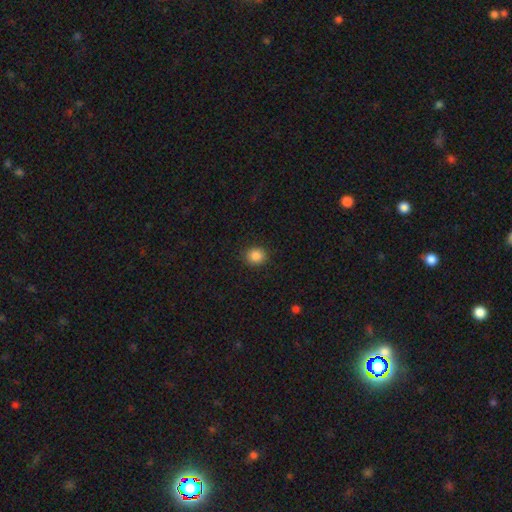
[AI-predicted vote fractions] Smooth or featured?
  - smooth: 87% *
  - star or artifact: 10%
  - featured or disk: 3%
How rounded?
  - round: 83% *
  - in between: 16%
  - cigar-shaped: 1%
Merging?
  - none: 90% *
  - minor disturbance: 7%
  - major disturbance: 2%
  - merger: 1%